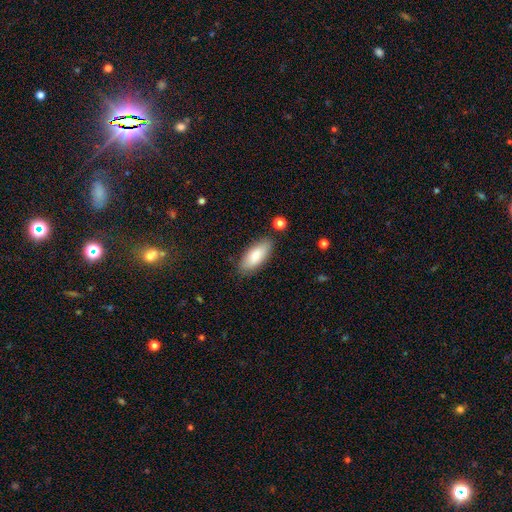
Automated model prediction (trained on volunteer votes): The model was most divided on "how rounded": in between: 81%, cigar-shaped: 17%, round: 2%. More confident: merging — none (83%); smooth or featured — smooth (82%).